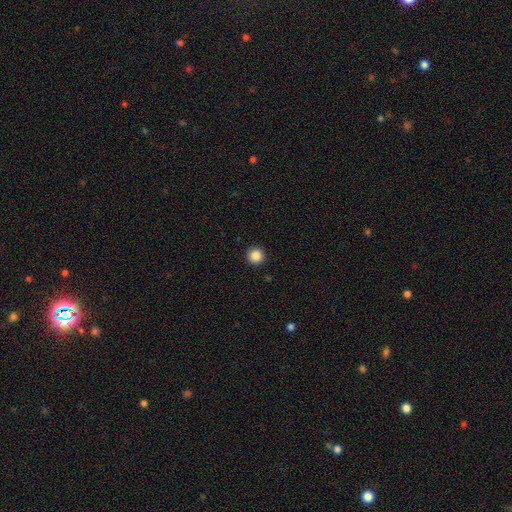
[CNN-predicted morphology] type=smooth (87%); roundness=round (96%); merging=none (94%).